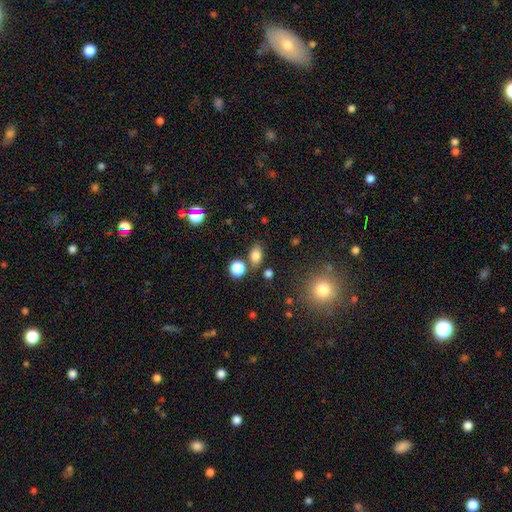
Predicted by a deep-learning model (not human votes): smooth 81%, star or artifact 13%, featured or disk 7%. Down the decision tree: how rounded — in between (76%); merging — none (76%).